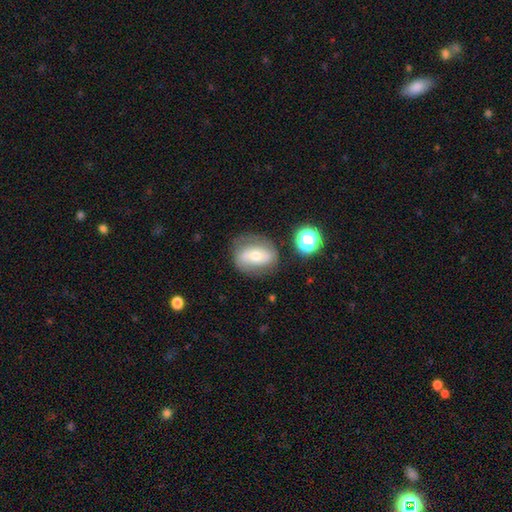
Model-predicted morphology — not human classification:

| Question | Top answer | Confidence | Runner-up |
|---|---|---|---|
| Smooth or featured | smooth | 47% | featured or disk (43%) |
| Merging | none | 67% | minor disturbance (20%) |